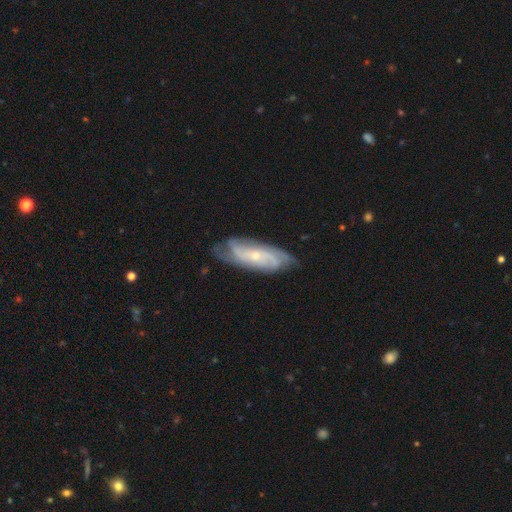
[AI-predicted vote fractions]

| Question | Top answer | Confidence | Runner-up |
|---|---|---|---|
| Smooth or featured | featured or disk | 82% | smooth (13%) |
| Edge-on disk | no | 89% | yes (11%) |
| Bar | no | 65% | weak (27%) |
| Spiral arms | yes | 95% | no (5%) |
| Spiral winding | tight | 48% | medium (38%) |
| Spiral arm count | can't tell | 29% | 2 (26%) |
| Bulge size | small | 72% | moderate (24%) |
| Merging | none | 75% | minor disturbance (19%) |